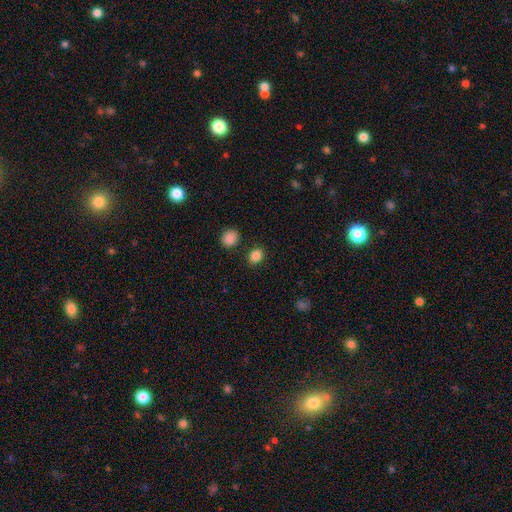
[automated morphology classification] The model was most divided on "how rounded": round: 54%, in between: 45%, cigar-shaped: 1%. More confident: smooth or featured — smooth (85%); merging — none (84%).